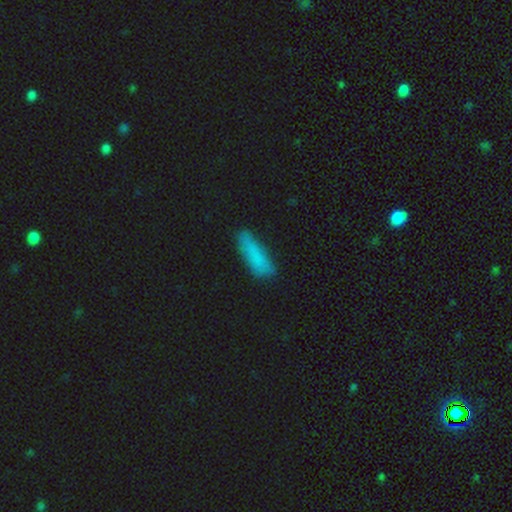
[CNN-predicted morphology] Overall: smooth (81%). How rounded: cigar-shaped (58%; in between 40%). Merging: none (69%).